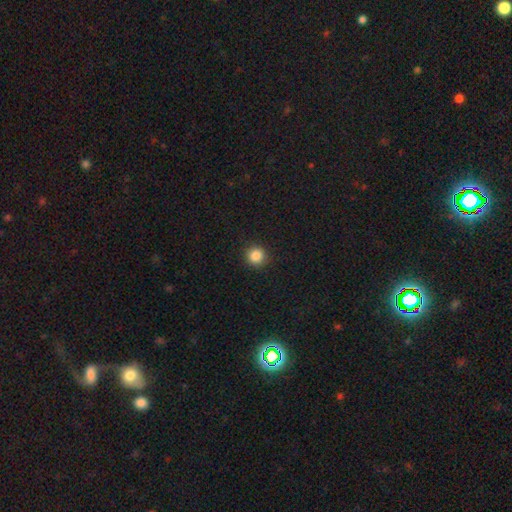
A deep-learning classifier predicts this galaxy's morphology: Smooth or featured? smooth (86%)
How rounded? round (94%)
Merging? none (92%)